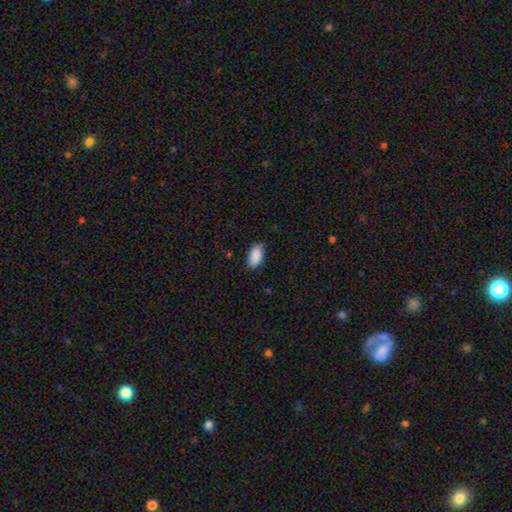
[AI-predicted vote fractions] Q: Smooth or featured?
A: smooth (90%); runner-up: star or artifact (6%)
Q: How rounded?
A: in between (93%); runner-up: cigar-shaped (5%)
Q: Merging?
A: none (86%); runner-up: minor disturbance (11%)